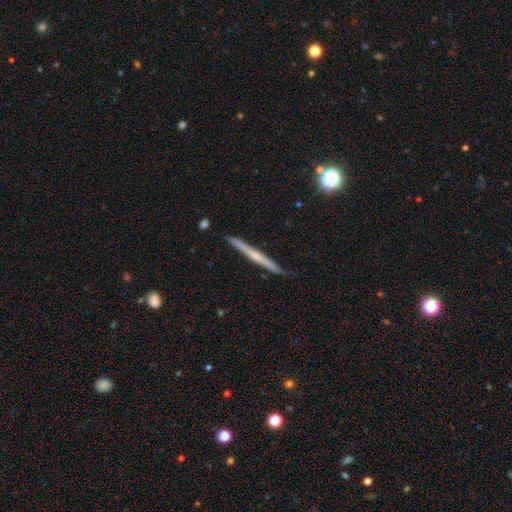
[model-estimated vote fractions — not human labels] A featured or disk galaxy (63%) viewed edge-on (98%) with no central bulge (48%). Merging: none (90%).